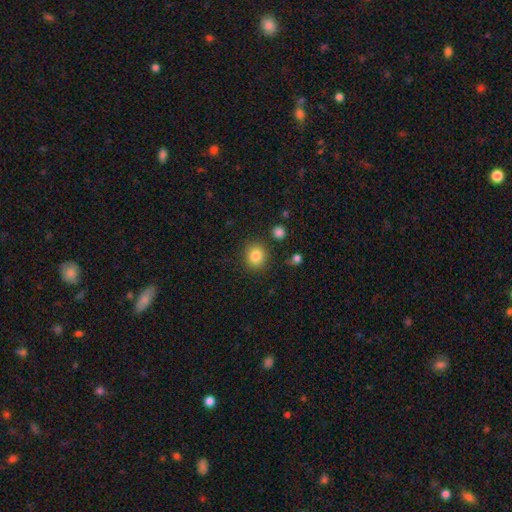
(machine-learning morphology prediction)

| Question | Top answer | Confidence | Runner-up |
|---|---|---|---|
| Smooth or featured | smooth | 84% | star or artifact (10%) |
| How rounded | round | 80% | in between (19%) |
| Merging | none | 87% | minor disturbance (8%) |